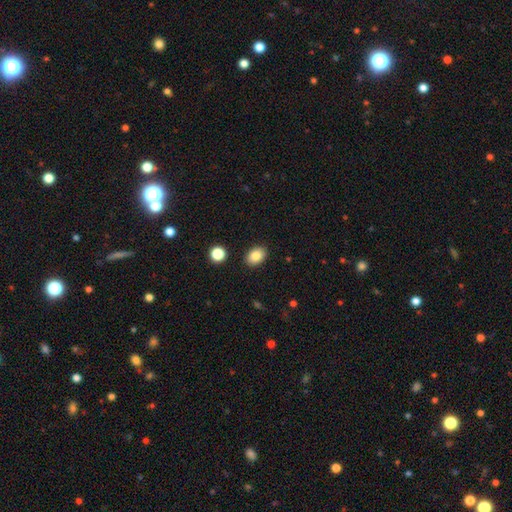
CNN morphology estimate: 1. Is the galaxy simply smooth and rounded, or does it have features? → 85% smooth, 9% star or artifact, 6% featured or disk.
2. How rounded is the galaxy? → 78% in between, 21% round, 1% cigar-shaped.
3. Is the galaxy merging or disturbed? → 89% none, 7% minor disturbance, 2% major disturbance, 2% merger.